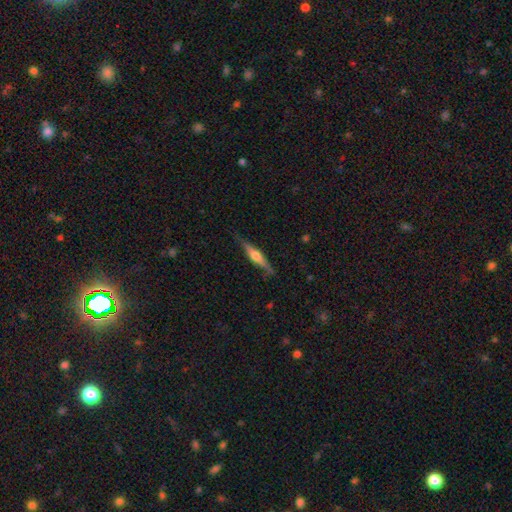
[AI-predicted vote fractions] Smooth or featured? featured or disk (63%)
Edge-on disk? yes (96%)
Edge-on bulge? rounded (80%)
Merging? none (80%)